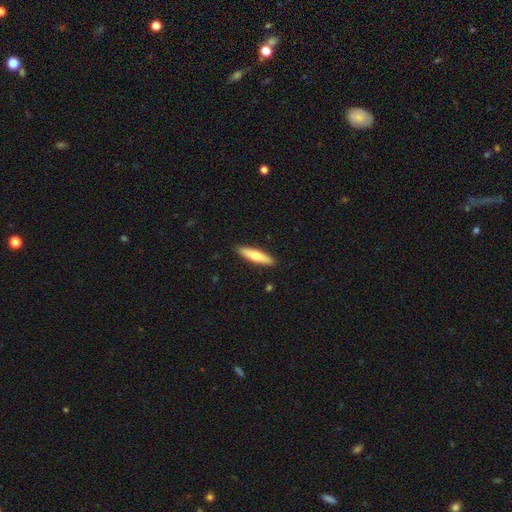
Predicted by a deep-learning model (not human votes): Morphology: type=smooth (63%); roundness=cigar-shaped (77%); merging=none (91%).